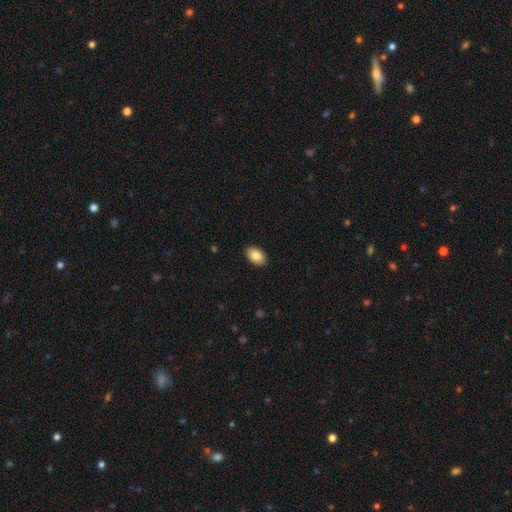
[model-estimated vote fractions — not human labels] smooth-or-featured: smooth: 86% | star or artifact: 7% | featured or disk: 7%
  how-rounded: in between: 89% | round: 10% | cigar-shaped: 1%
  merging: none: 90% | minor disturbance: 8% | major disturbance: 2% | merger: 1%